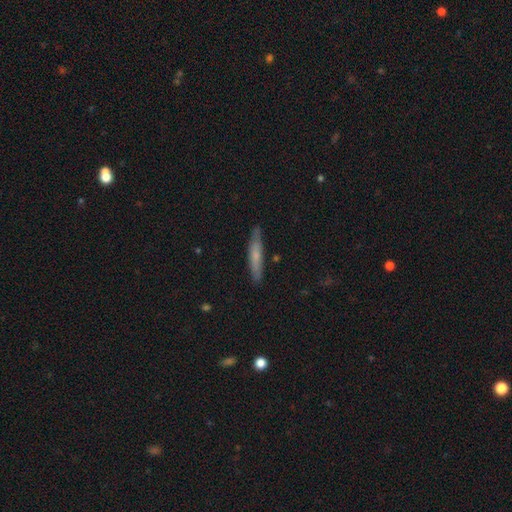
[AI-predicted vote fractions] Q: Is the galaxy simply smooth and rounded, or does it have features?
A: smooth — 59%.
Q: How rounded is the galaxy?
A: cigar-shaped — 90%.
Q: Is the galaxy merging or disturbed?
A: none — 83%.